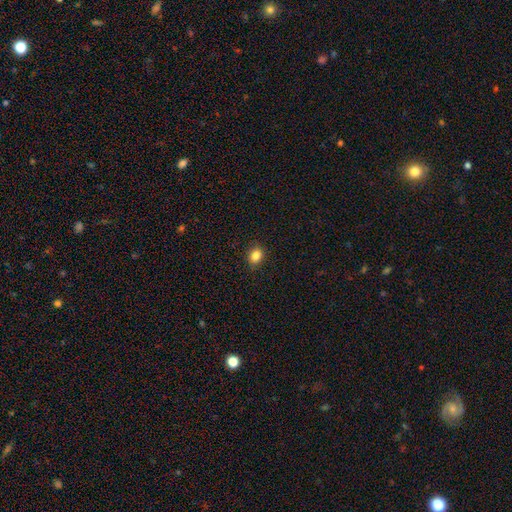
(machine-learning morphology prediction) A smooth galaxy with no disk features (85%) that is round (51%). Merging: none (87%).